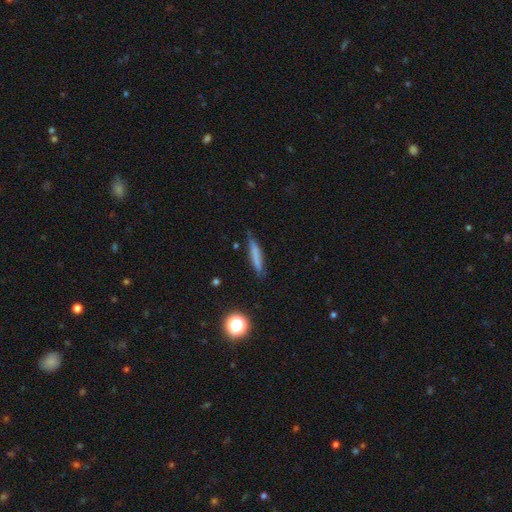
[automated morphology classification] smooth_or_featured: smooth (p=0.70) [alt: featured or disk p=0.20]
how_rounded: cigar-shaped (p=0.89) [alt: in between p=0.09]
merging: none (p=0.81) [alt: minor disturbance p=0.14]